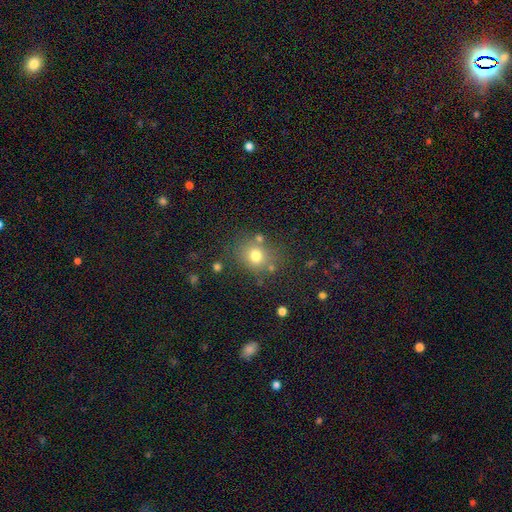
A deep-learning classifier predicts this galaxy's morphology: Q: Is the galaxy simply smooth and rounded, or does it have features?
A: smooth — 74%.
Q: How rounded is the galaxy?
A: round — 74%.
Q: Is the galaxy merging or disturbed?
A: none — 75%.